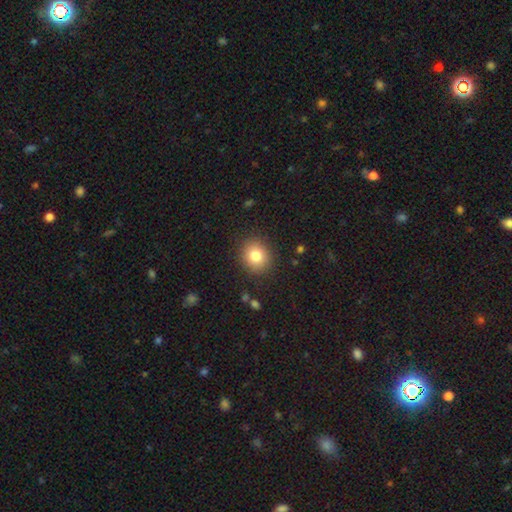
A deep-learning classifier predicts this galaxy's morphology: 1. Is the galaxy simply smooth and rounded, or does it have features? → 81% smooth, 11% star or artifact, 8% featured or disk.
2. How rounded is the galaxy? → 78% round, 21% in between, 1% cigar-shaped.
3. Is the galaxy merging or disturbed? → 89% none, 8% minor disturbance, 3% major disturbance, 1% merger.